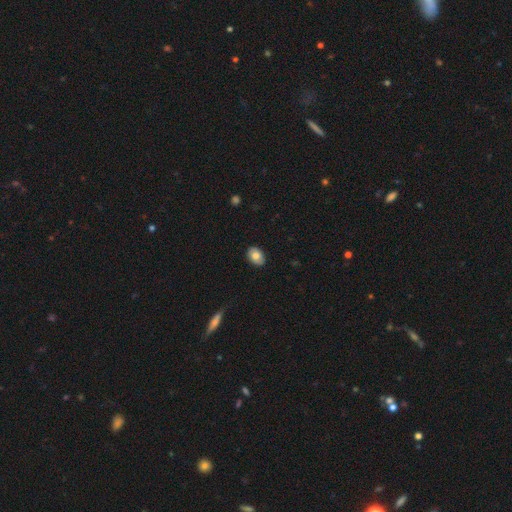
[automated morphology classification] Smooth or featured?
  - smooth: 76% *
  - featured or disk: 16%
  - star or artifact: 7%
How rounded?
  - in between: 80% *
  - round: 19%
  - cigar-shaped: 1%
Merging?
  - none: 87% *
  - minor disturbance: 10%
  - major disturbance: 2%
  - merger: 1%